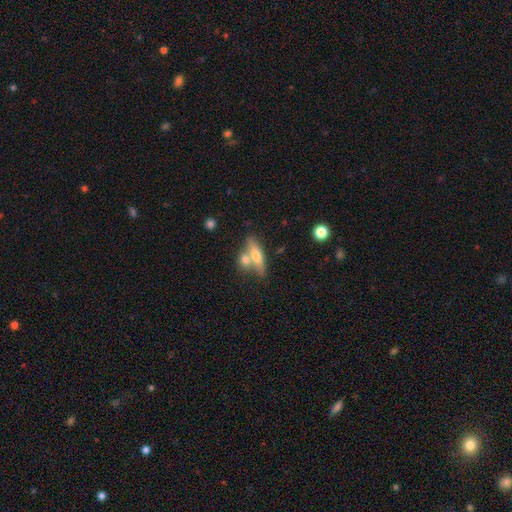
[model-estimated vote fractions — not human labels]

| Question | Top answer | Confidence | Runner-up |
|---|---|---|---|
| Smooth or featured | smooth | 58% | featured or disk (36%) |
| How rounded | cigar-shaped | 50% | in between (45%) |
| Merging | none | 48% | merger (36%) |